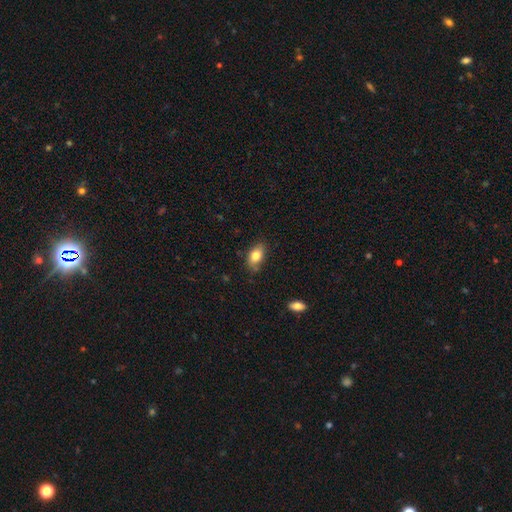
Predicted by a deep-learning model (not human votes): The model was most divided on "merging": none: 77%, minor disturbance: 18%, major disturbance: 3%, merger: 2%. More confident: how rounded — in between (87%); smooth or featured — smooth (81%).